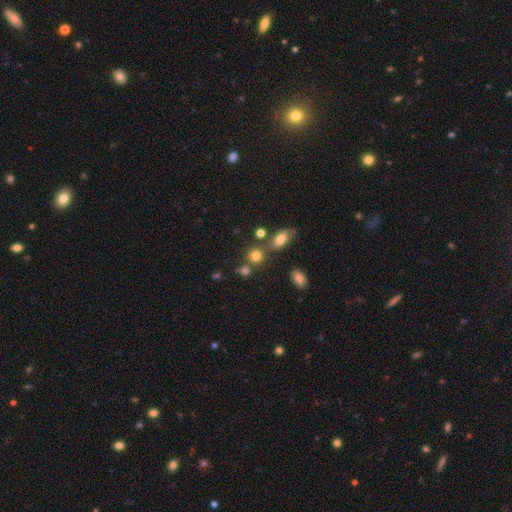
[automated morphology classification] Smooth or featured? smooth (78%)
How rounded? round (84%)
Merging? none (64%)